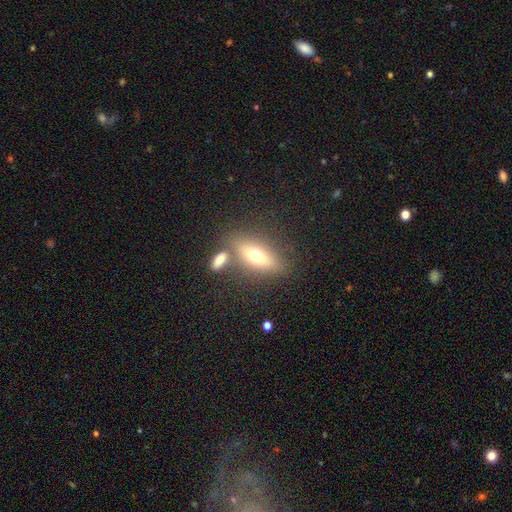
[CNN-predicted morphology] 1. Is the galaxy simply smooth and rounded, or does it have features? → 58% smooth, 32% featured or disk, 9% star or artifact.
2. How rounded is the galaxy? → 66% in between, 29% cigar-shaped, 5% round.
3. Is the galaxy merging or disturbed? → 65% none, 19% merger, 12% minor disturbance, 5% major disturbance.